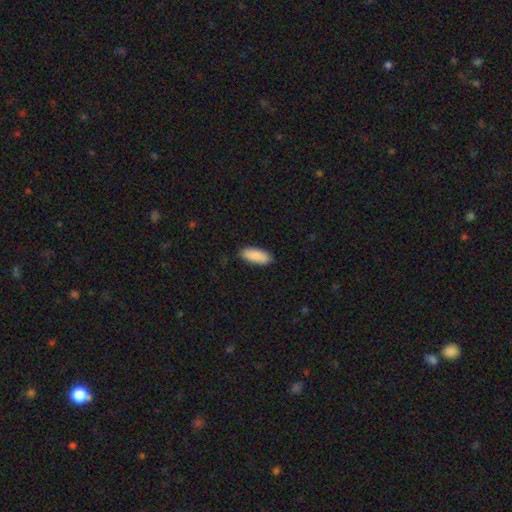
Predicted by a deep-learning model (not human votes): A smooth galaxy with no disk features (90%) that is in between round and cigar-shaped (82%). Merging: none (88%).